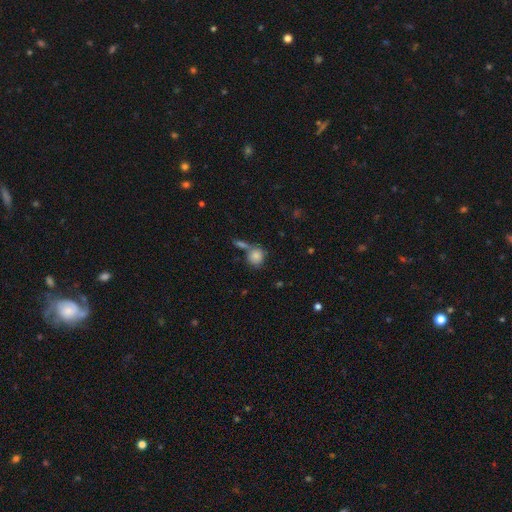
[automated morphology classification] type=smooth (83%); roundness=round (80%); merging=none (53%).